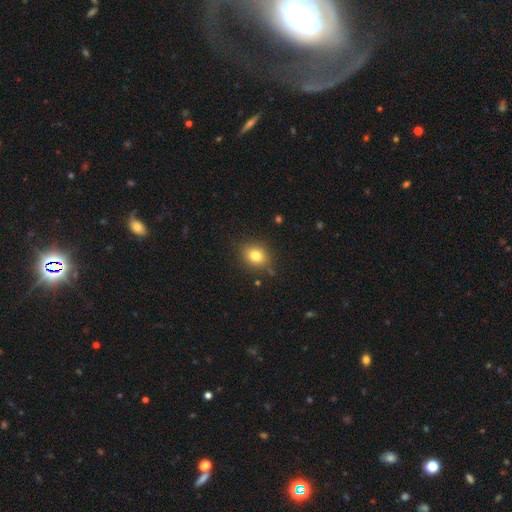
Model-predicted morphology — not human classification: A smooth galaxy with no disk features (80%) that is round (50%). Merging: none (82%).